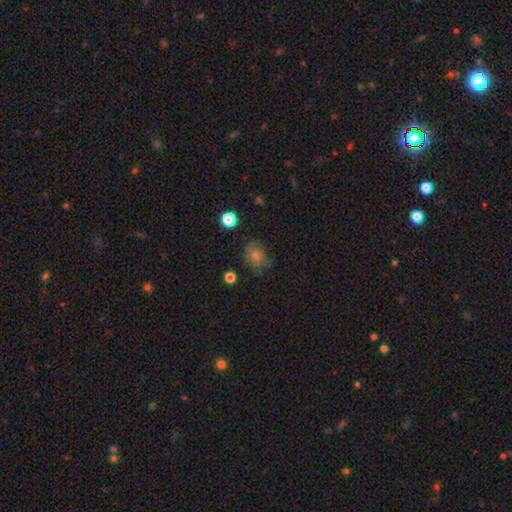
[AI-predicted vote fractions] Overall: smooth (65%). How rounded: round (56%; in between 43%). Merging: none (69%).